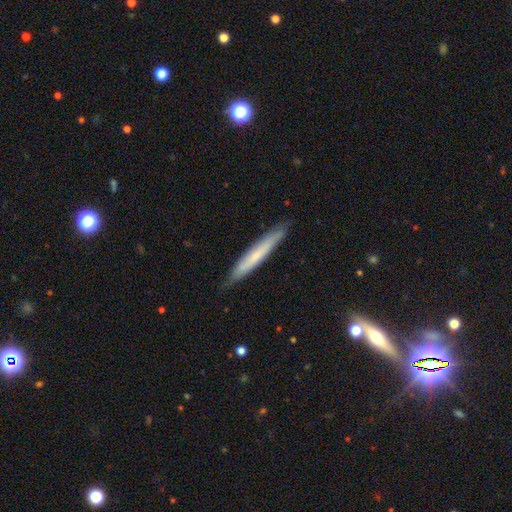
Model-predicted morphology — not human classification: Smooth or featured: smooth — 56% (featured or disk — 38%)
How rounded: cigar-shaped — 95% (in between — 4%)
Merging: none — 86% (minor disturbance — 11%)